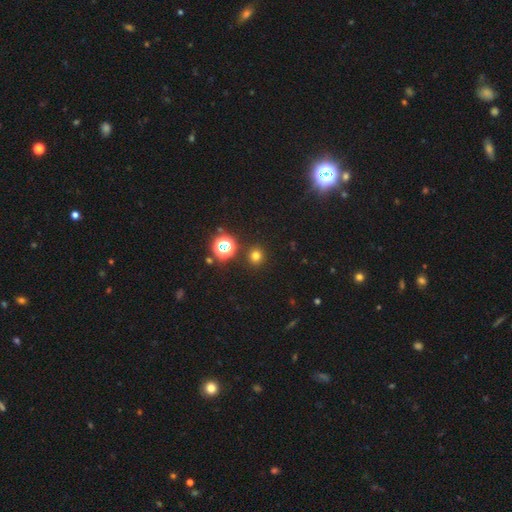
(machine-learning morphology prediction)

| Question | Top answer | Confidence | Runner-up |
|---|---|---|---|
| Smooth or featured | smooth | 72% | star or artifact (22%) |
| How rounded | round | 91% | in between (8%) |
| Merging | none | 90% | minor disturbance (5%) |